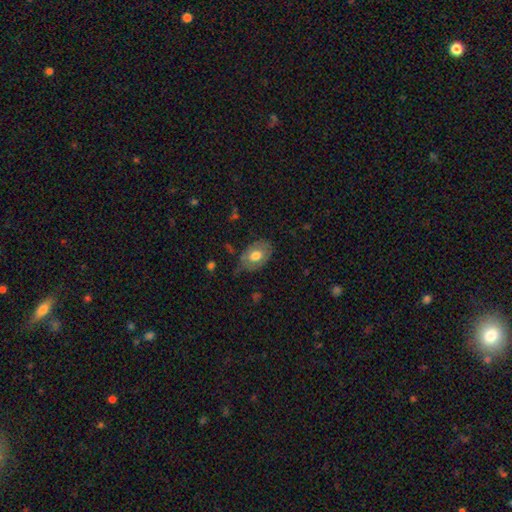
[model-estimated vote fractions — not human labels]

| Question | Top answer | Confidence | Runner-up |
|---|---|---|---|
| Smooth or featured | smooth | 65% | featured or disk (28%) |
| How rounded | in between | 84% | round (15%) |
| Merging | none | 67% | minor disturbance (25%) |